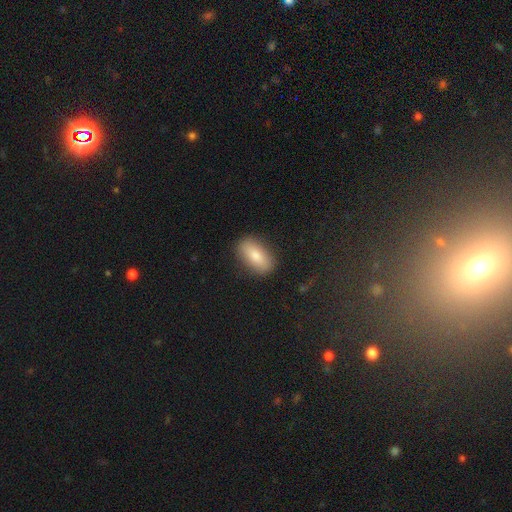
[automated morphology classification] Smooth or featured? smooth (81%)
How rounded? in between (88%)
Merging? none (86%)